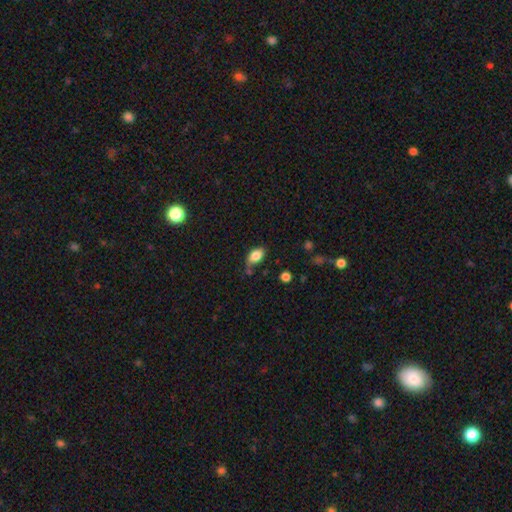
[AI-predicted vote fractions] This is clearly a smooth galaxy (81%). How rounded: clearly in between (91%). Merging: possibly none (59%).